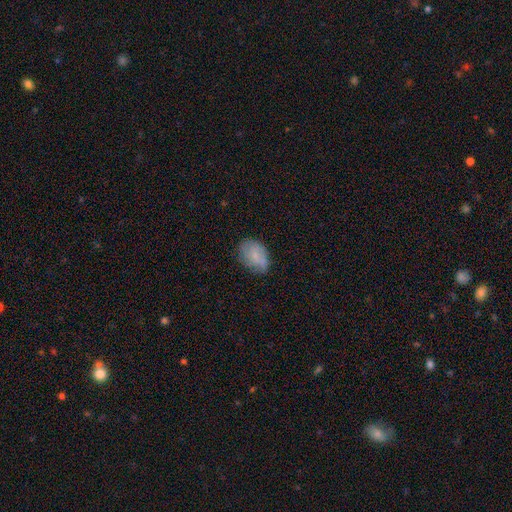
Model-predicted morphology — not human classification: A smooth galaxy with no disk features (73%) that is in between round and cigar-shaped (77%).

Vote fractions:
- Smooth or featured? smooth: 73% / featured or disk: 19% / star or artifact: 8%
- How rounded? in between: 77% / round: 22% / cigar-shaped: 1%
- Merging? none: 56% / minor disturbance: 33% / major disturbance: 9% / merger: 2%